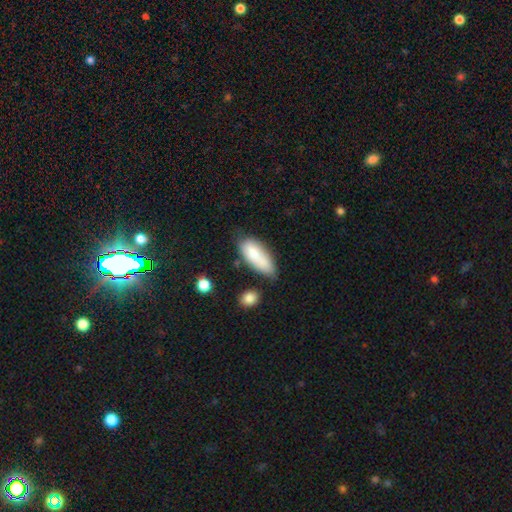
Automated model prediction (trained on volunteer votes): smooth-or-featured: smooth: 77% | featured or disk: 16% | star or artifact: 7%
  how-rounded: in between: 82% | cigar-shaped: 16% | round: 2%
  merging: none: 47% | minor disturbance: 31% | merger: 11% | major disturbance: 10%